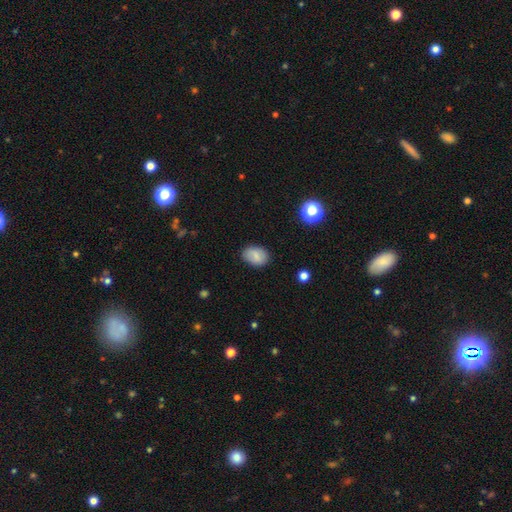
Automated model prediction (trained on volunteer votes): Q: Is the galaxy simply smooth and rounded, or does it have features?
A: smooth — 81%.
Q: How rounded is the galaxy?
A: in between — 78%.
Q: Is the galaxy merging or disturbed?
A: none — 83%.